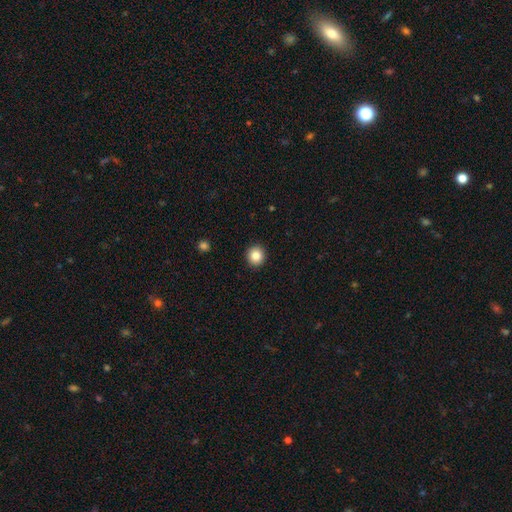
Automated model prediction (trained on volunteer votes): This appears to be a smooth galaxy with no disk features (85%) that is round (93%). Merging: none (93%).